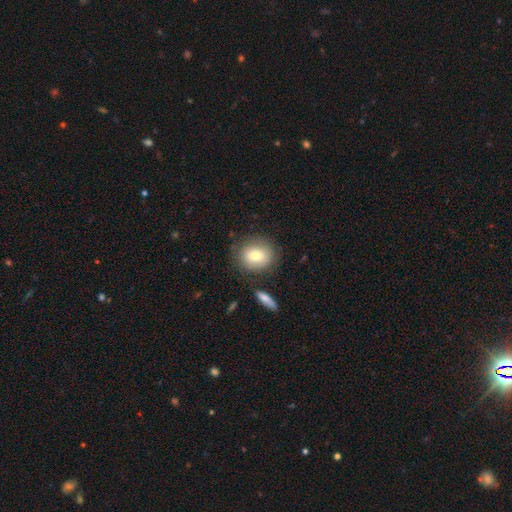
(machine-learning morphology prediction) Smooth or featured? smooth (76%)
How rounded? round (69%)
Merging? none (79%)